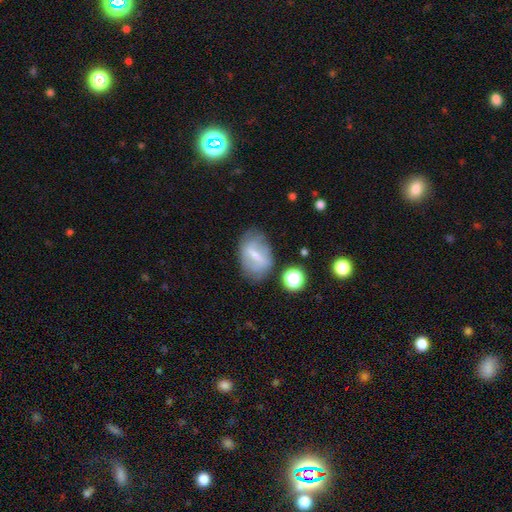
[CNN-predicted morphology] A featured or disk galaxy (55%) with a strong bar (47%), no spiral arms (52%) and a small central bulge (52%). Merging: none (68%).